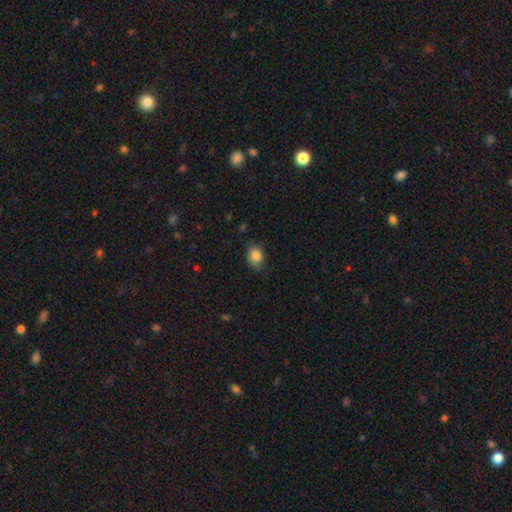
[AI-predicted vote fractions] smooth 85%, star or artifact 9%, featured or disk 6%. Down the decision tree: how rounded — in between (63%); merging — none (78%).